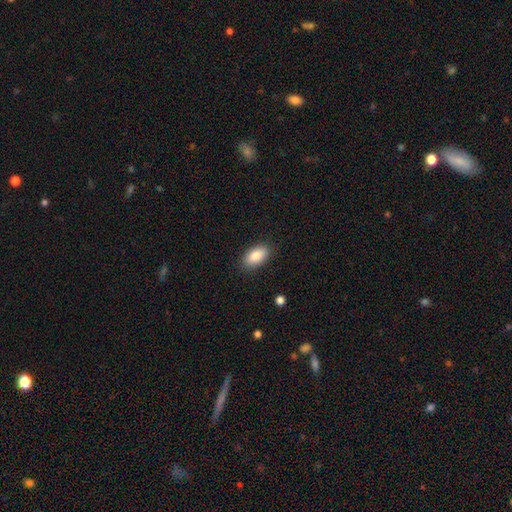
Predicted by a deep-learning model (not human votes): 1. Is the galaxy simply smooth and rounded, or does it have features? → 86% smooth, 7% featured or disk, 7% star or artifact.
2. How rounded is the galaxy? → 92% in between, 4% cigar-shaped, 4% round.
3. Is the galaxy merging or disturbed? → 87% none, 9% minor disturbance, 2% major disturbance, 1% merger.